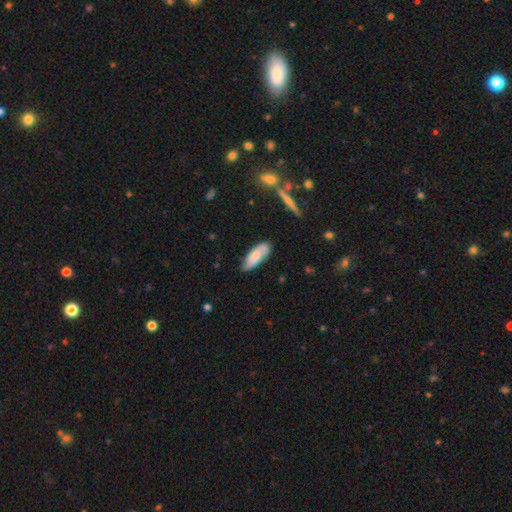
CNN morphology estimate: type=smooth (71%); roundness=in between (70%); merging=none (72%).